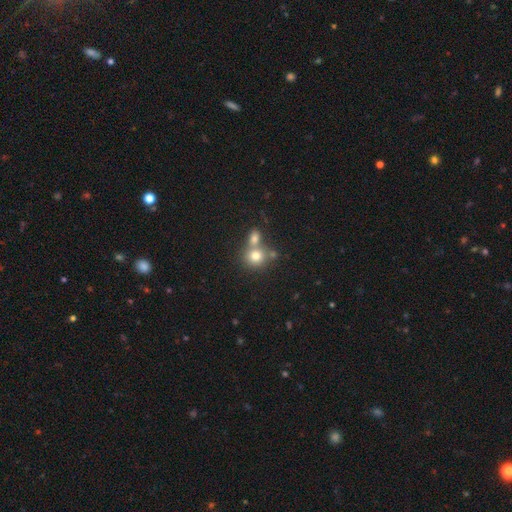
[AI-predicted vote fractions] Morphology: type=smooth (76%); roundness=round (81%); merging=merger (46%).